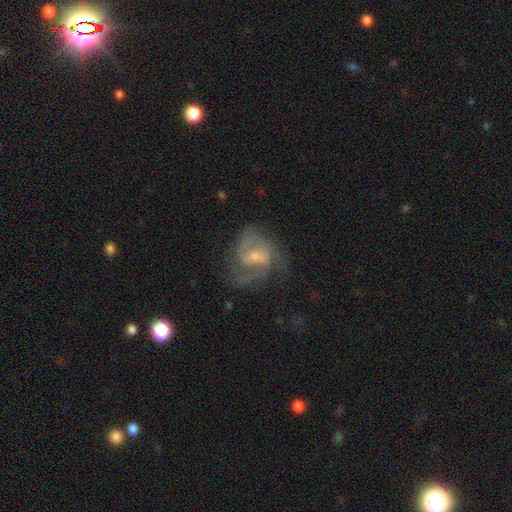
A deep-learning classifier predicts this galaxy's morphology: featured or disk 80%, smooth 13%, star or artifact 7%. Down the decision tree: edge-on disk — no (98%); bar — no (48%); spiral arms — yes (92%); spiral arm count — 2 (45%); spiral winding — medium (52%); bulge size — small (58%); merging — none (54%).